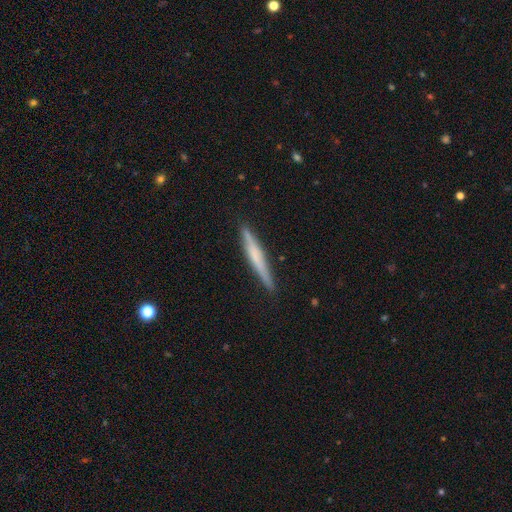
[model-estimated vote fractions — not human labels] Q: Smooth or featured?
A: smooth (50%); runner-up: featured or disk (43%)
Q: How rounded?
A: cigar-shaped (96%); runner-up: in between (3%)
Q: Merging?
A: none (89%); runner-up: minor disturbance (8%)